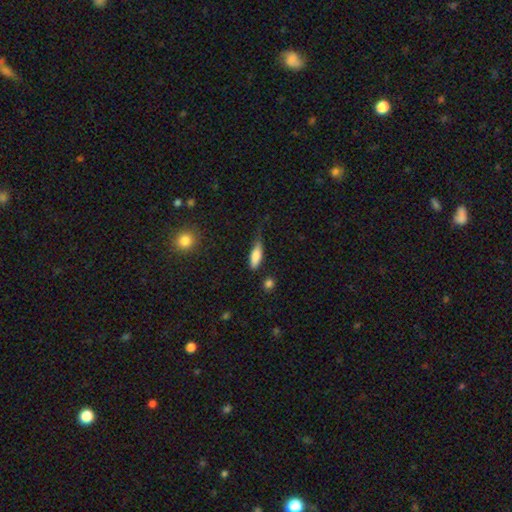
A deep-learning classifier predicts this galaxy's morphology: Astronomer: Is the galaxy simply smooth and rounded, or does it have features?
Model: smooth — 79%.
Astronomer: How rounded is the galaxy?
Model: in between — 62%.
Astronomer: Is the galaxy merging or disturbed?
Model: none — 49% (runner-up: minor disturbance, 37%).